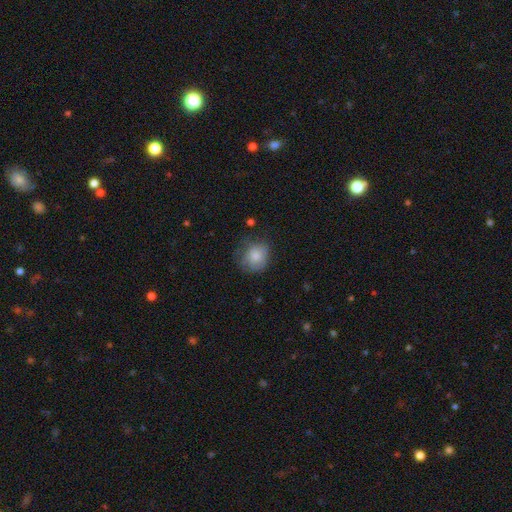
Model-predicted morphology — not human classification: Smooth or featured? Predicted: smooth (p=0.78). How rounded? Predicted: round (p=0.77). Merging? Predicted: none (p=0.58).